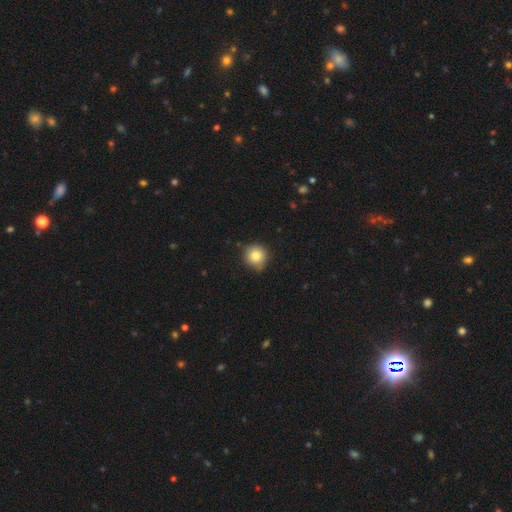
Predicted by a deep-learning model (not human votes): The model was most divided on "merging": none: 79%, minor disturbance: 17%, major disturbance: 3%, merger: 2%. More confident: how rounded — round (93%); smooth or featured — smooth (83%).